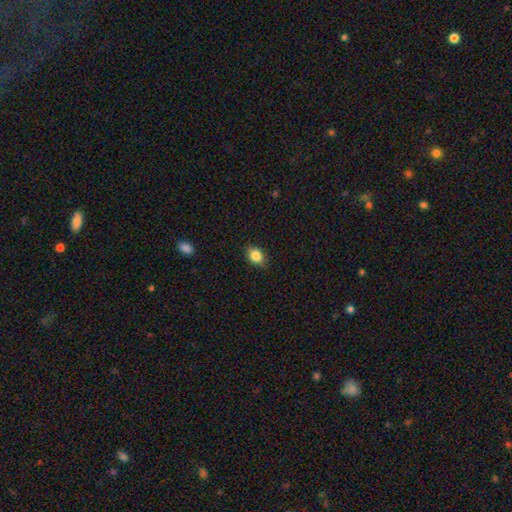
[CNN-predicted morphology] This is clearly a smooth galaxy (85%). How rounded: likely in between (72%). Merging: clearly none (83%).